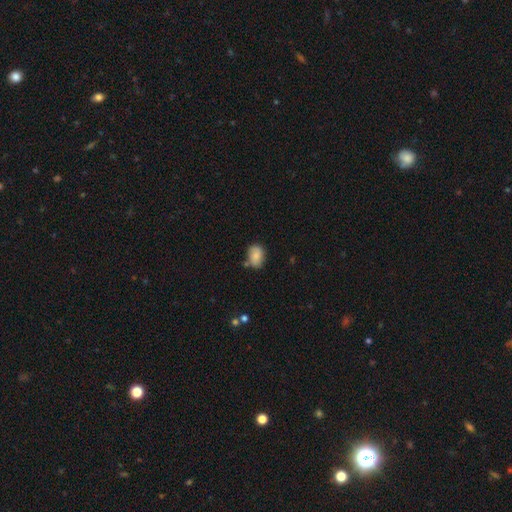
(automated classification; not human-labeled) This appears to be a smooth galaxy with no disk features (83%) that is in between round and cigar-shaped (75%). Merging: none (65%).